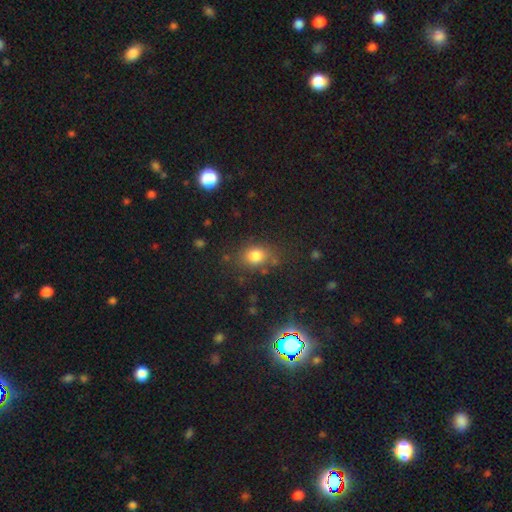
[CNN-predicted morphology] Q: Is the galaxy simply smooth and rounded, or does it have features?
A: smooth — 79%.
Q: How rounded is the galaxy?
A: in between — 53%.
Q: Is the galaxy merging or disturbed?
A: none — 75%.